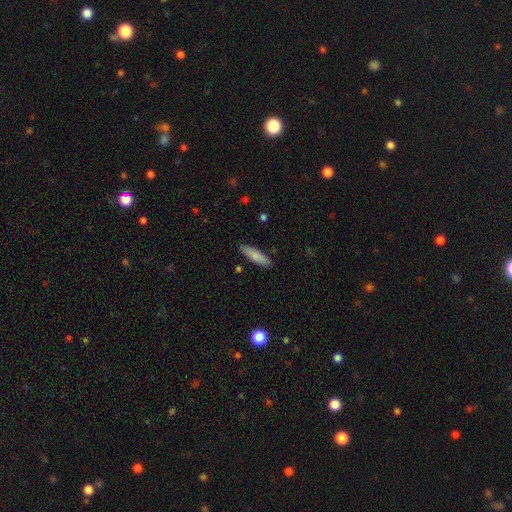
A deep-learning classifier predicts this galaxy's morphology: smooth-or-featured: smooth: 82% | featured or disk: 12% | star or artifact: 6%
  how-rounded: cigar-shaped: 62% | in between: 36% | round: 2%
  merging: none: 87% | minor disturbance: 9% | major disturbance: 2% | merger: 1%